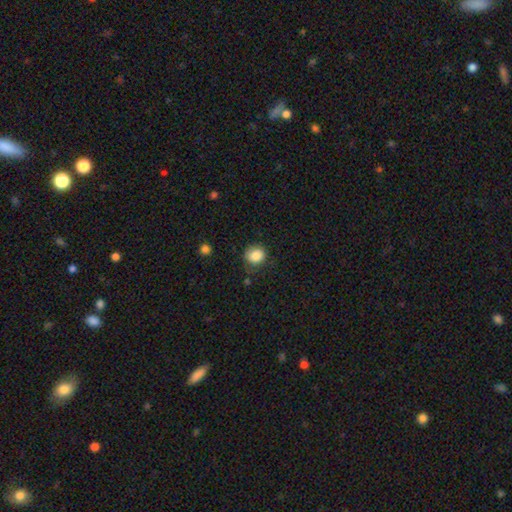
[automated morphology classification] This appears to be a smooth galaxy with no disk features (86%) that is round (77%). Merging: none (75%).